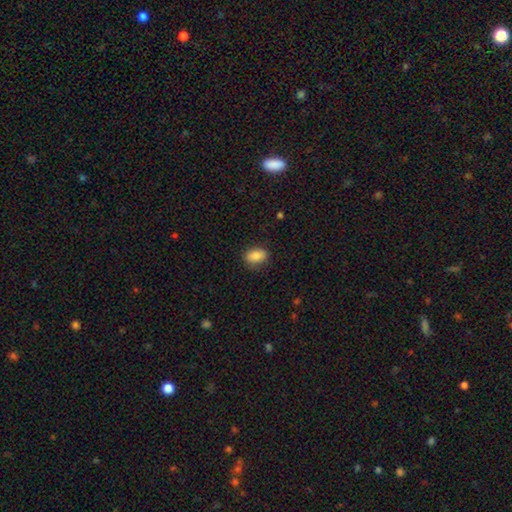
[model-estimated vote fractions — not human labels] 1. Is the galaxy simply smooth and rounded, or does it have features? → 84% smooth, 8% star or artifact, 8% featured or disk.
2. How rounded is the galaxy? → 83% in between, 14% round, 3% cigar-shaped.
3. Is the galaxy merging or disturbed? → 83% none, 13% minor disturbance, 3% major disturbance, 1% merger.